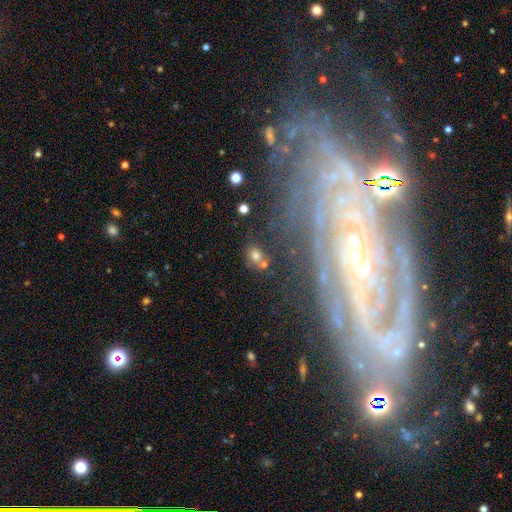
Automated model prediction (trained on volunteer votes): The model was most divided on "how rounded": in between: 50%, round: 48%, cigar-shaped: 2%. More confident: smooth or featured — smooth (68%); merging — none (62%).